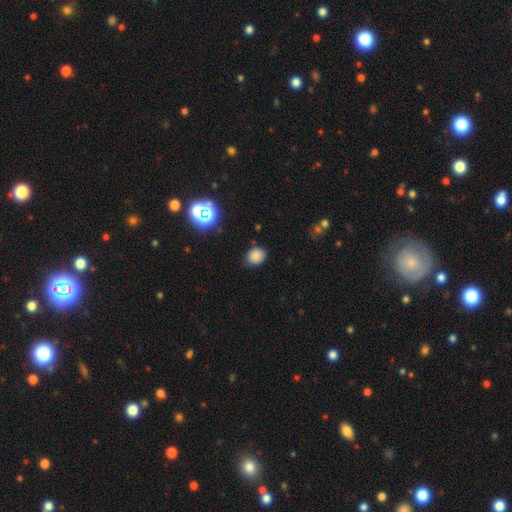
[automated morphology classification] Overall: smooth (81%). How rounded: round (51%; in between 48%). Merging: none (78%).